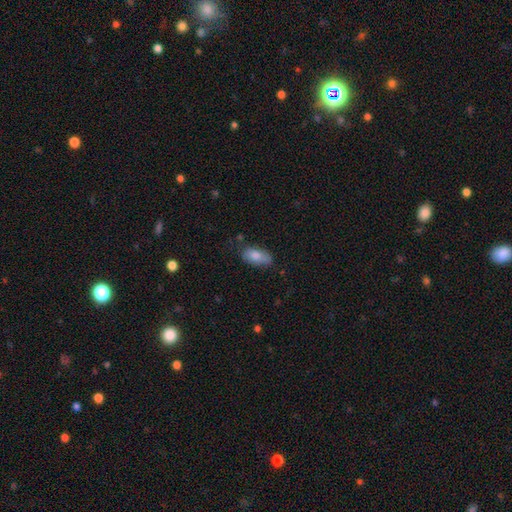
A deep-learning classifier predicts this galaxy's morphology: Q: Smooth or featured?
A: smooth (82%); runner-up: featured or disk (12%)
Q: How rounded?
A: in between (92%); runner-up: cigar-shaped (5%)
Q: Merging?
A: none (67%); runner-up: minor disturbance (25%)